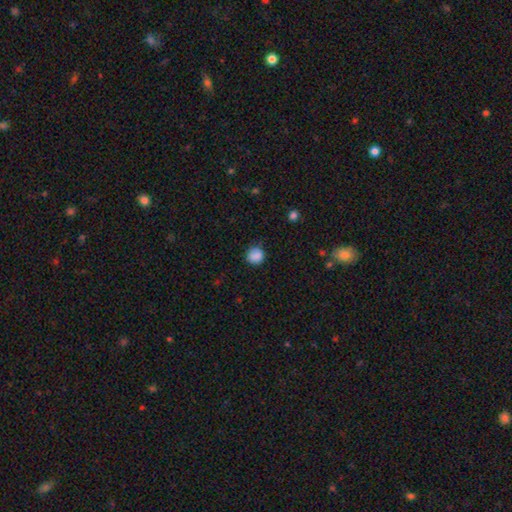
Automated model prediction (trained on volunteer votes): The model was most divided on "merging": none: 76%, minor disturbance: 19%, major disturbance: 4%, merger: 2%. More confident: how rounded — round (87%); smooth or featured — smooth (87%).